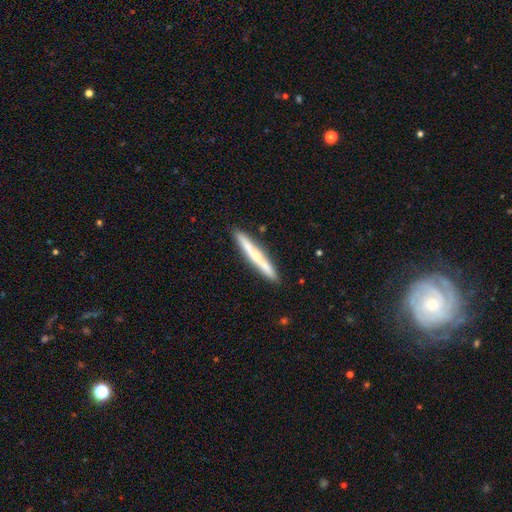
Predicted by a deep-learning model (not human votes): Smooth or featured? Predicted: smooth (p=0.50). How rounded? Predicted: cigar-shaped (p=0.96). Merging? Predicted: none (p=0.91).